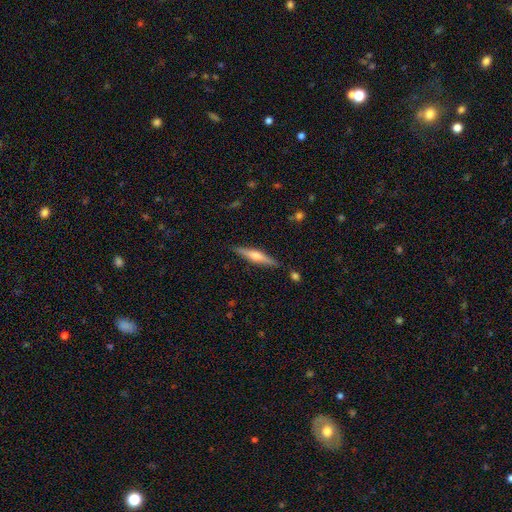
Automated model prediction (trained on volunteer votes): Q: Smooth or featured?
A: featured or disk (67%); runner-up: smooth (27%)
Q: Edge-on disk?
A: yes (97%); runner-up: no (3%)
Q: Edge-on bulge?
A: rounded (86%); runner-up: boxy (9%)
Q: Merging?
A: none (88%); runner-up: minor disturbance (8%)